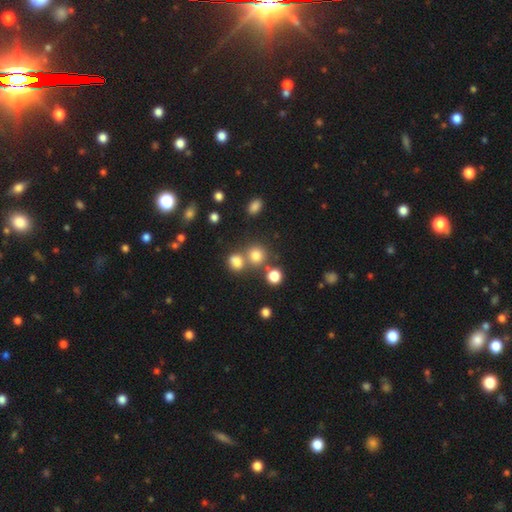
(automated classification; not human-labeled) A smooth galaxy with no disk features (77%) that is round (84%).

Vote fractions:
- Smooth or featured? smooth: 77% / star or artifact: 15% / featured or disk: 8%
- How rounded? round: 84% / in between: 15% / cigar-shaped: 1%
- Merging? none: 60% / merger: 27% / minor disturbance: 9% / major disturbance: 4%